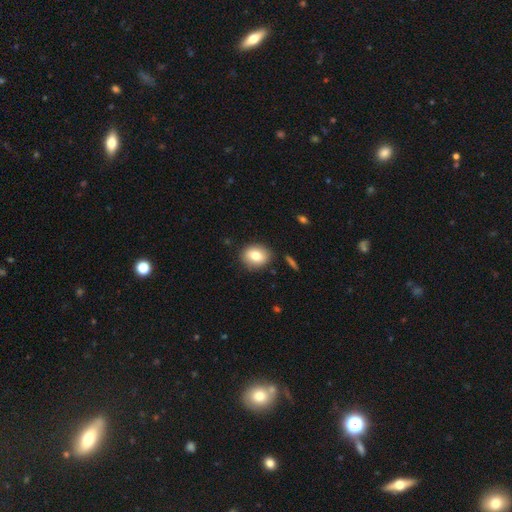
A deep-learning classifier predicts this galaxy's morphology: Smooth or featured: smooth — 78% (featured or disk — 13%)
How rounded: round — 62% (in between — 37%)
Merging: none — 85% (minor disturbance — 10%)